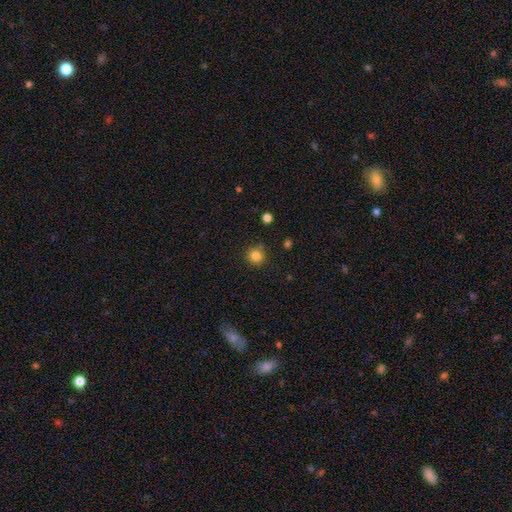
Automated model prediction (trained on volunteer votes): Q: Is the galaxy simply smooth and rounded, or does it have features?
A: smooth — 84%.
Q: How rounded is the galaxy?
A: round — 93%.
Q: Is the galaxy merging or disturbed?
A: none — 86%.